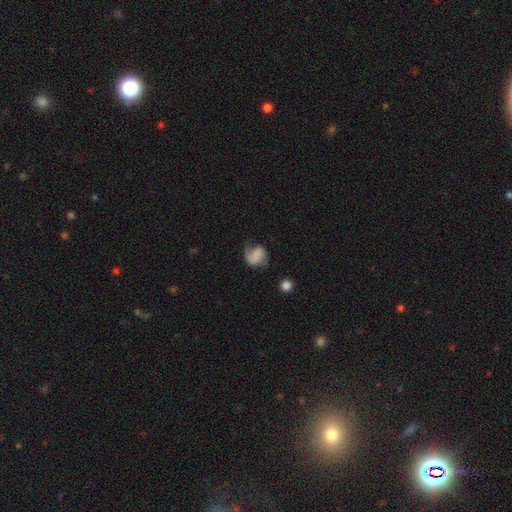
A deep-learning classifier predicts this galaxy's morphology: Smooth or featured: featured or disk — 54% (smooth — 37%)
Edge-on disk: no — 98% (yes — 2%)
Bar: no — 56% (weak — 32%)
Spiral arms: yes — 91% (no — 9%)
Bulge size: none — 65% (small — 15%)
Merging: none — 50% (minor disturbance — 26%)